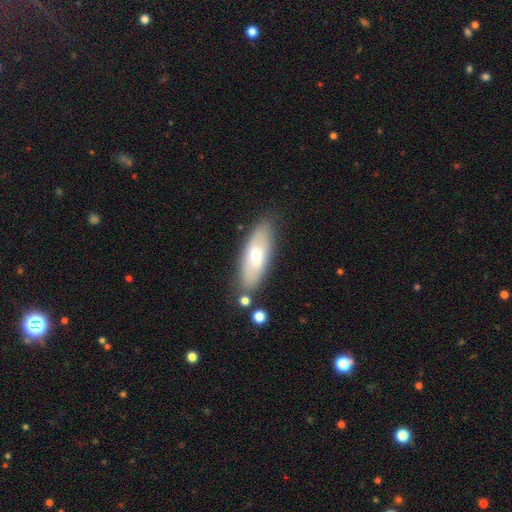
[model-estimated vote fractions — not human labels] Smooth or featured? Predicted: smooth (p=0.60). How rounded? Predicted: in between (p=0.64). Merging? Predicted: none (p=0.79).